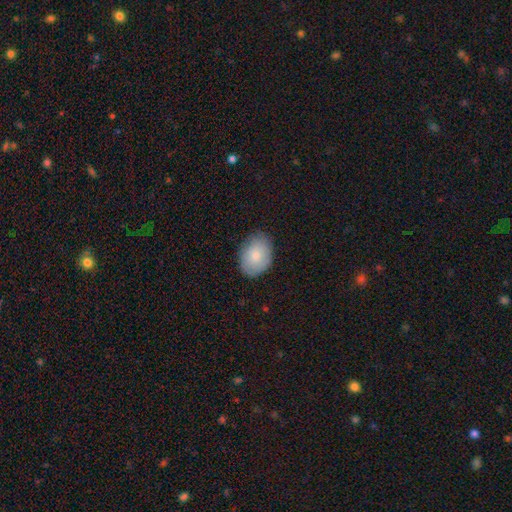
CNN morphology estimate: Overall: smooth (83%). How rounded: in between (78%). Merging: none (81%).